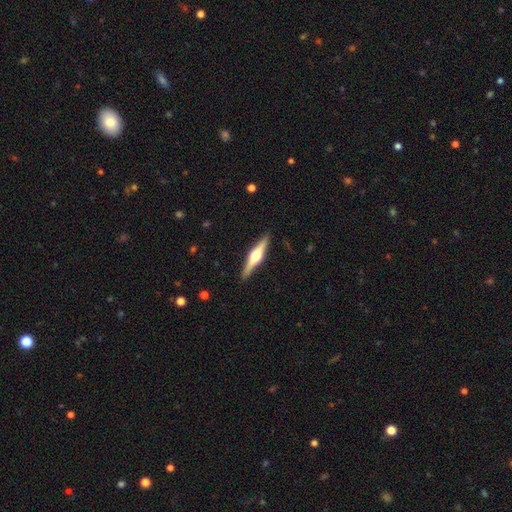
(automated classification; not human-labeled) A featured or disk galaxy (73%) viewed edge-on (98%) with a rounded central bulge (94%).

Vote fractions:
- Smooth or featured? featured or disk: 73% / smooth: 22% / star or artifact: 5%
- Edge-on disk? yes: 98% / no: 2%
- Edge-on bulge? rounded: 94% / boxy: 4% / none: 2%
- Merging? none: 91% / minor disturbance: 7% / major disturbance: 1% / merger: 1%